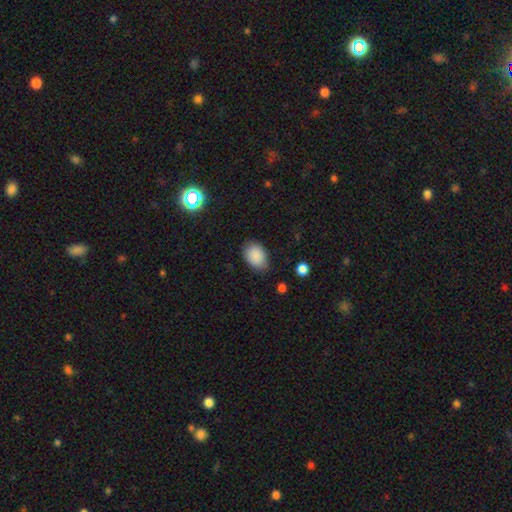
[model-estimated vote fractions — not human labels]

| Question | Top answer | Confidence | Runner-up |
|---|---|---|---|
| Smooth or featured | smooth | 88% | star or artifact (8%) |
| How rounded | in between | 80% | round (19%) |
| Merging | none | 77% | minor disturbance (18%) |